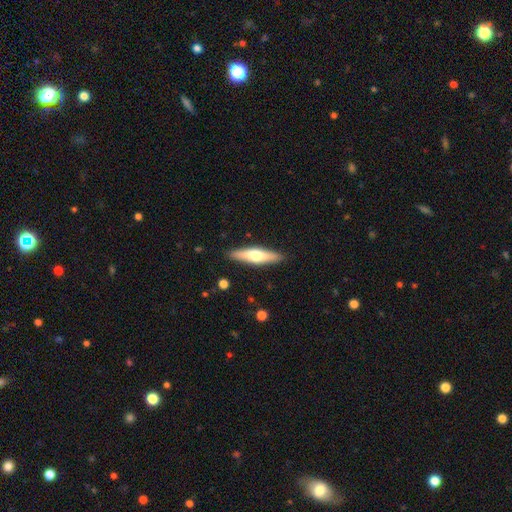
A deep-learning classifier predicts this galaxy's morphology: Smooth or featured?
  - smooth: 48% *
  - featured or disk: 46%
  - star or artifact: 5%
Merging?
  - none: 89% *
  - minor disturbance: 8%
  - major disturbance: 2%
  - merger: 1%